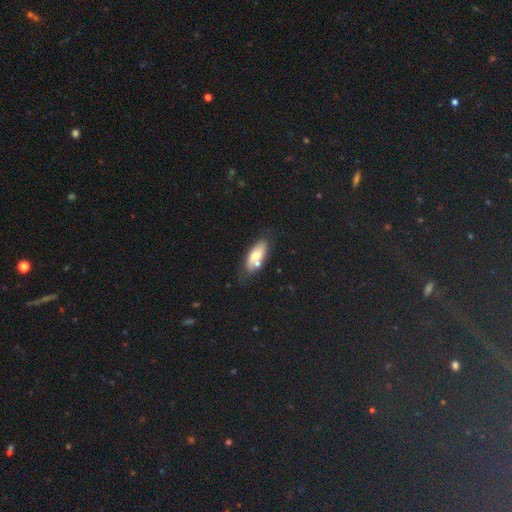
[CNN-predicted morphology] Smooth or featured? Predicted: smooth (p=0.60). How rounded? Predicted: in between (p=0.83). Merging? Predicted: none (p=0.64).